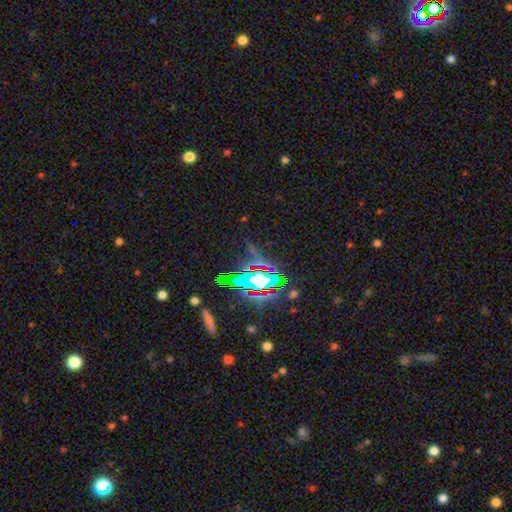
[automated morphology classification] A star or artifact, not a galaxy (75%).

Vote fractions:
- Smooth or featured? star or artifact: 75% / featured or disk: 12% / smooth: 12%